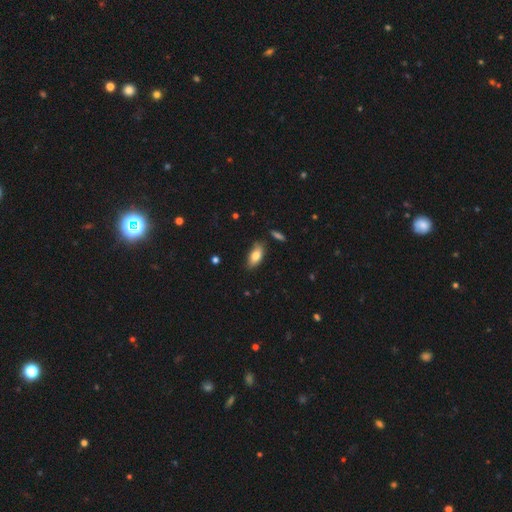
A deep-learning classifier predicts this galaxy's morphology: A smooth galaxy with no disk features (79%) that is in between round and cigar-shaped (86%).

Vote fractions:
- Smooth or featured? smooth: 79% / featured or disk: 14% / star or artifact: 7%
- How rounded? in between: 86% / cigar-shaped: 11% / round: 3%
- Merging? none: 78% / minor disturbance: 16% / major disturbance: 3% / merger: 3%